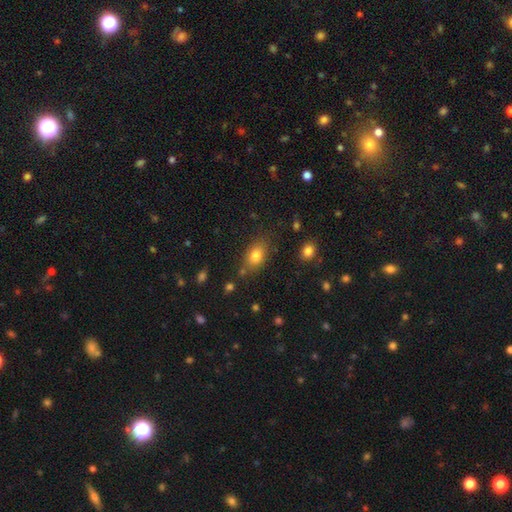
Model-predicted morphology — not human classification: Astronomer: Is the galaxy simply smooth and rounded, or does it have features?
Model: smooth — 81%.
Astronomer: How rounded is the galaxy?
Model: in between — 81%.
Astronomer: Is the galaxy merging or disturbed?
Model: none — 74%.